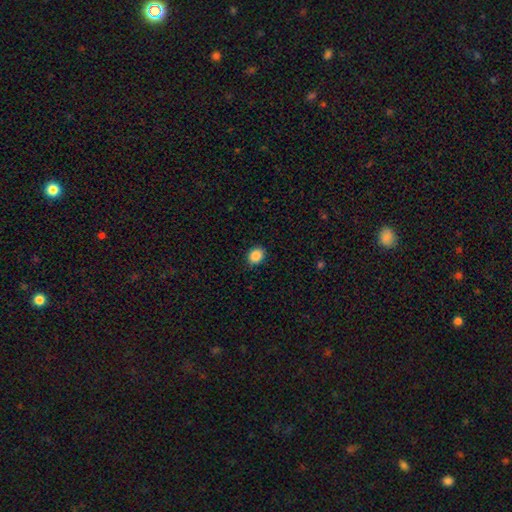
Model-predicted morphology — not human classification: This is clearly a smooth galaxy (88%). How rounded: possibly round (50%). Merging: clearly none (89%).